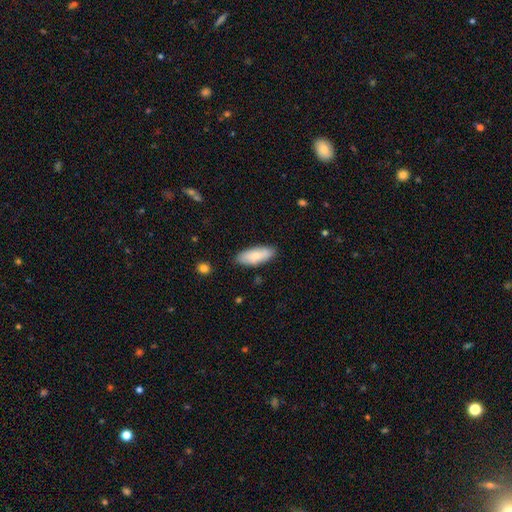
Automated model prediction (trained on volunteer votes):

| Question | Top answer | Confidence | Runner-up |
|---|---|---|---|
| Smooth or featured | smooth | 74% | featured or disk (20%) |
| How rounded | in between | 78% | cigar-shaped (20%) |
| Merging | none | 83% | minor disturbance (13%) |